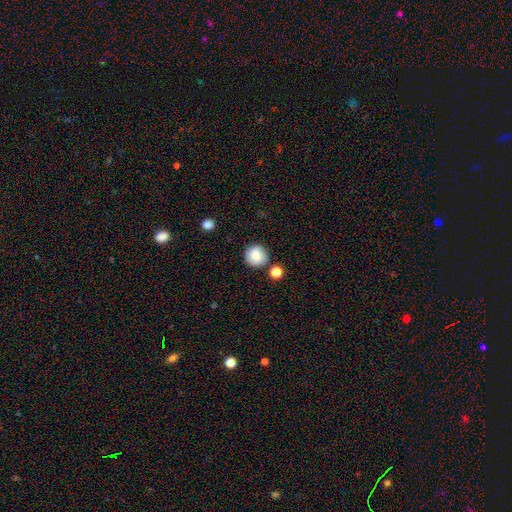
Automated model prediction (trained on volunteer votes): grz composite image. It shows a smooth galaxy with no disk features (80%) that is round (94%). Merging: none (81%).